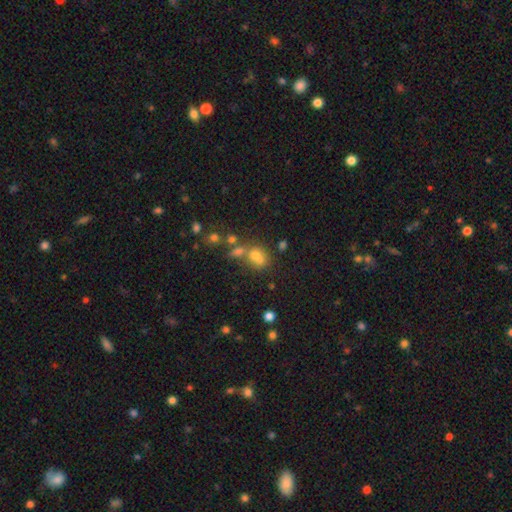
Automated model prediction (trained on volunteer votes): Morphology: type=smooth (61%); roundness=round (63%); merging=merger (47%).